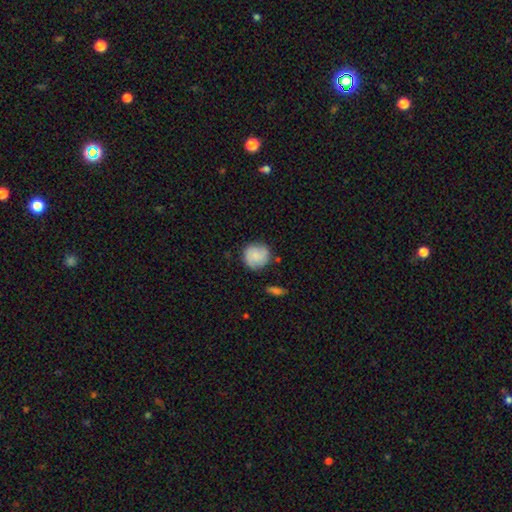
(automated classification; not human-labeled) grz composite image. It shows a smooth galaxy with no disk features (71%) that is round (90%). Merging: none (75%).